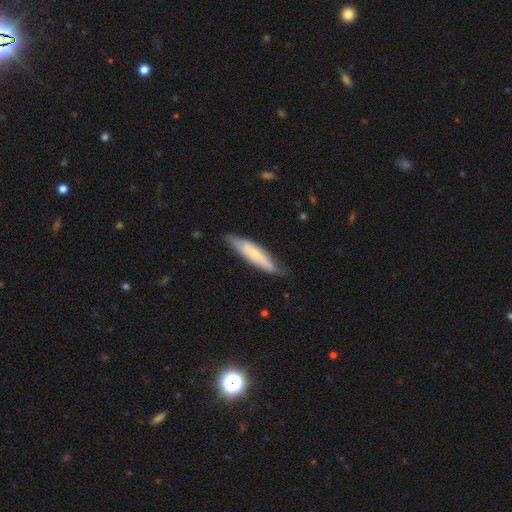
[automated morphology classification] smooth-or-featured: smooth: 51% | featured or disk: 40% | star or artifact: 9%
  how-rounded: cigar-shaped: 83% | in between: 15% | round: 2%
  merging: none: 83% | minor disturbance: 14% | major disturbance: 2% | merger: 1%